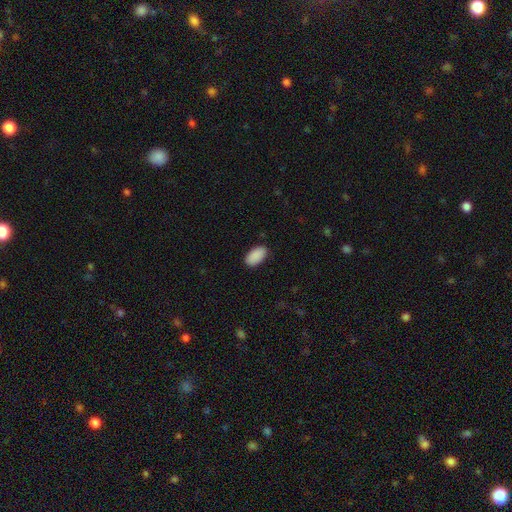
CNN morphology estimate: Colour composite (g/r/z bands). It shows a smooth galaxy with no disk features (91%) that is in between round and cigar-shaped (95%). Merging: none (88%).